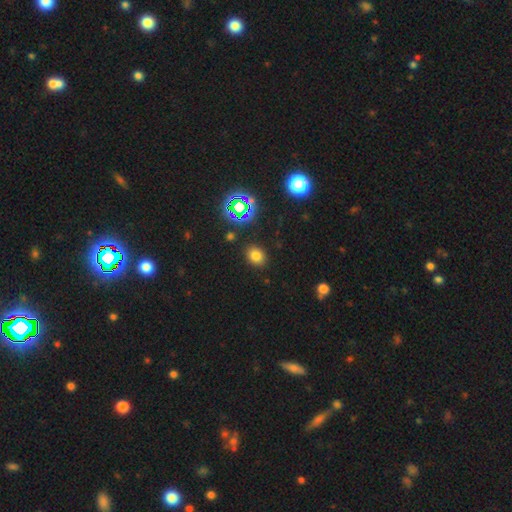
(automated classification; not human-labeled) Smooth or featured: smooth — 72% (star or artifact — 21%)
How rounded: round — 53% (in between — 46%)
Merging: none — 87% (minor disturbance — 8%)